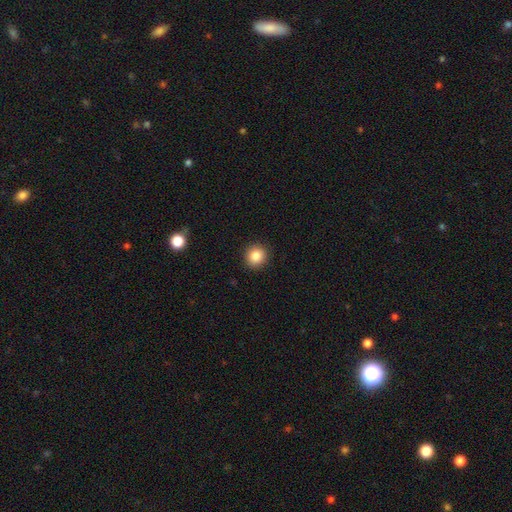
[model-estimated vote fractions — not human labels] A smooth galaxy with no disk features (84%) that is round (90%). Merging: none (92%).